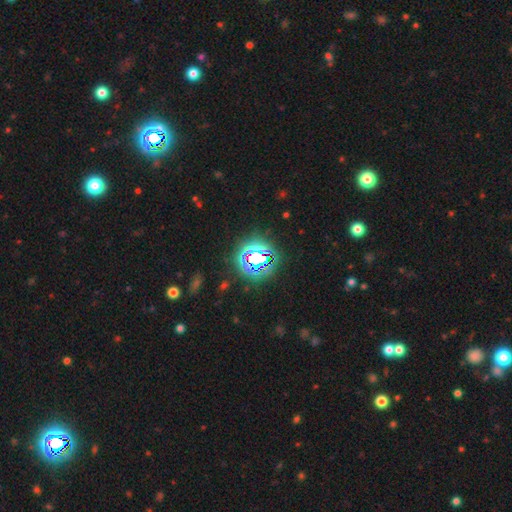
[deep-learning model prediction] star or artifact 76%, smooth 15%, featured or disk 8%.